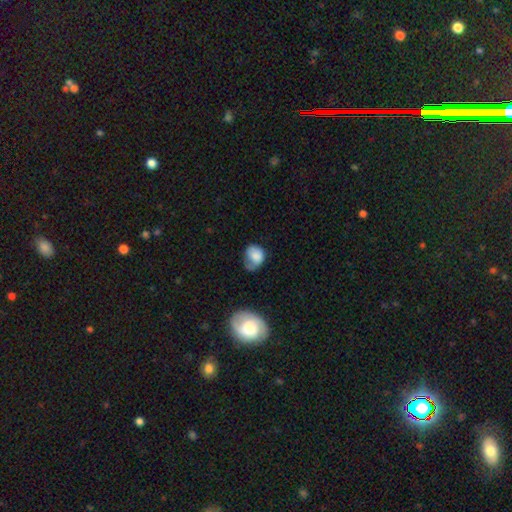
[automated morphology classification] Smooth or featured? smooth (75%)
How rounded? in between (50%)
Merging? minor disturbance (37%)